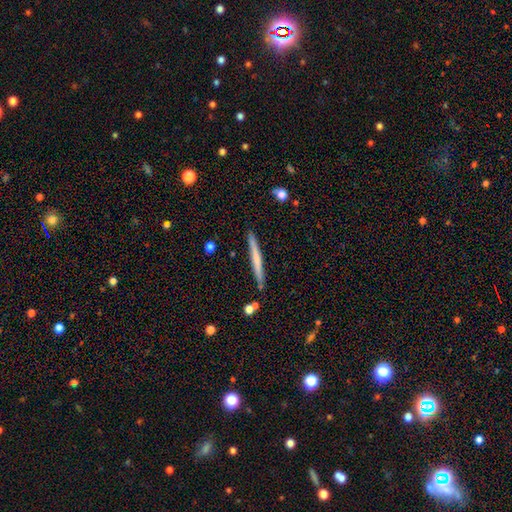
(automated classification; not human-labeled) Smooth or featured?
  - smooth: 52% *
  - featured or disk: 42%
  - star or artifact: 6%
How rounded?
  - cigar-shaped: 97% *
  - in between: 2%
  - round: 1%
Merging?
  - none: 90% *
  - minor disturbance: 7%
  - merger: 2%
  - major disturbance: 1%